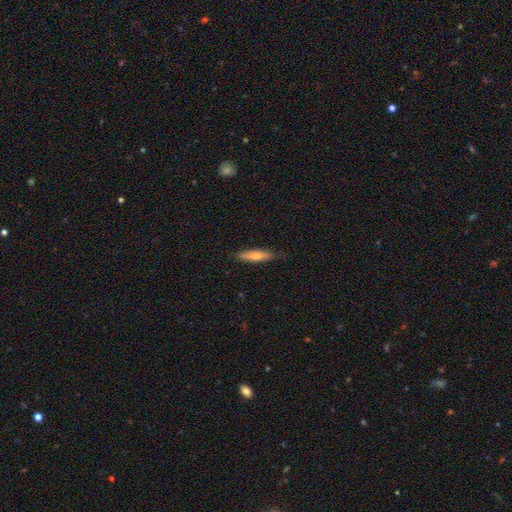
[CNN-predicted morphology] type=smooth (70%); roundness=cigar-shaped (80%); merging=none (82%).